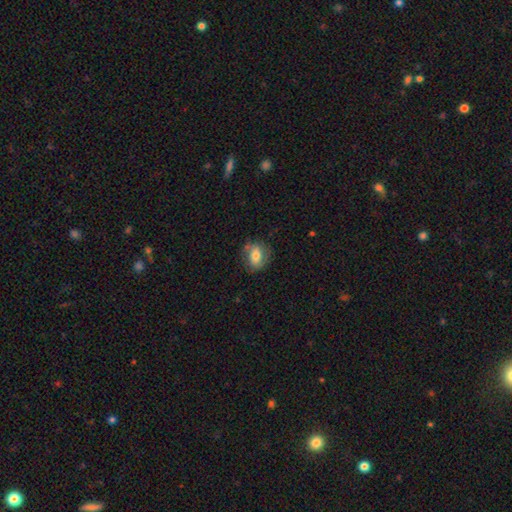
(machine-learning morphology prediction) This is likely a smooth galaxy (65%). How rounded: likely in between (66%). Merging: likely none (70%).